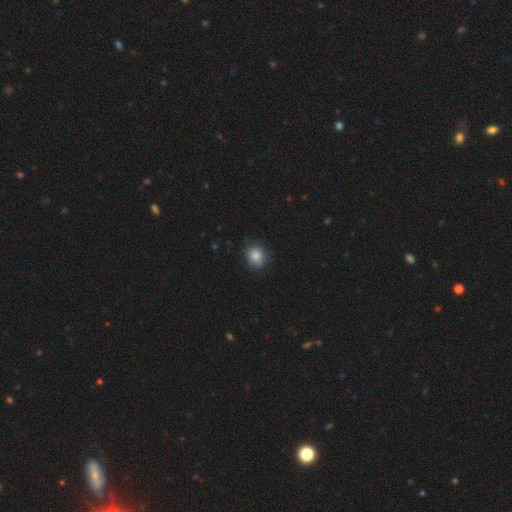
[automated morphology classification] This is clearly a smooth galaxy (83%). How rounded: likely round (72%). Merging: likely none (79%).